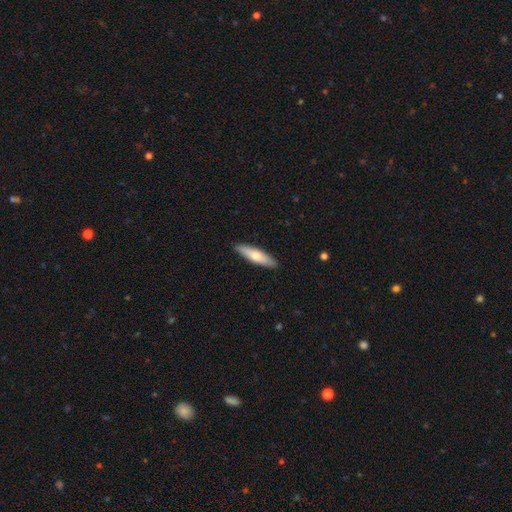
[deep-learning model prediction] This is likely a smooth galaxy (66%). How rounded: likely cigar-shaped (72%). Merging: clearly none (90%).